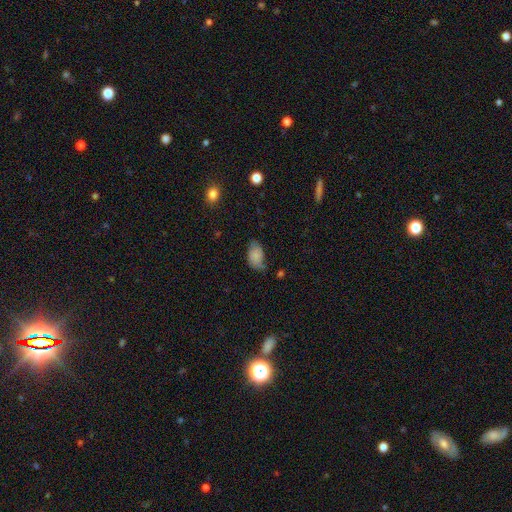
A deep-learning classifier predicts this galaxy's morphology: smooth_or_featured: smooth (p=0.79) [alt: featured or disk p=0.13]
how_rounded: in between (p=0.92) [alt: round p=0.07]
merging: none (p=0.49) [alt: minor disturbance p=0.36]